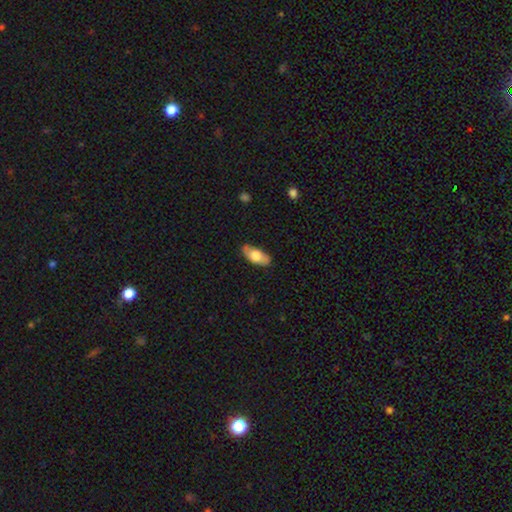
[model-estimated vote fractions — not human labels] A smooth galaxy with no disk features (65%) that is in between round and cigar-shaped (86%).

Vote fractions:
- Smooth or featured? smooth: 65% / featured or disk: 29% / star or artifact: 6%
- How rounded? in between: 86% / cigar-shaped: 11% / round: 3%
- Merging? none: 82% / minor disturbance: 15% / major disturbance: 3% / merger: 1%